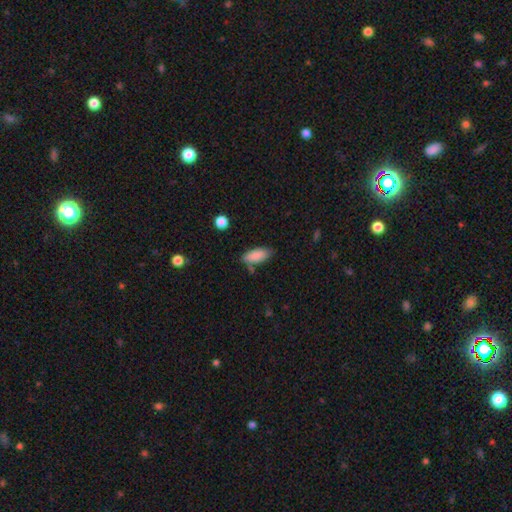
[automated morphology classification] smooth_or_featured: smooth (p=0.87) [alt: star or artifact p=0.07]
how_rounded: in between (p=0.83) [alt: cigar-shaped p=0.15]
merging: none (p=0.73) [alt: minor disturbance p=0.18]